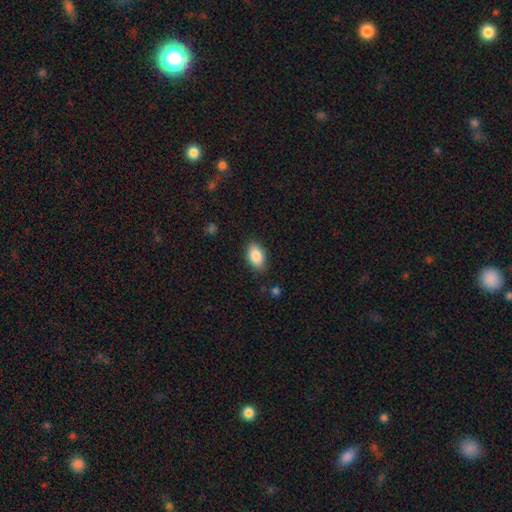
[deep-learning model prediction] This is clearly a smooth galaxy (87%). How rounded: clearly in between (92%). Merging: clearly none (84%).